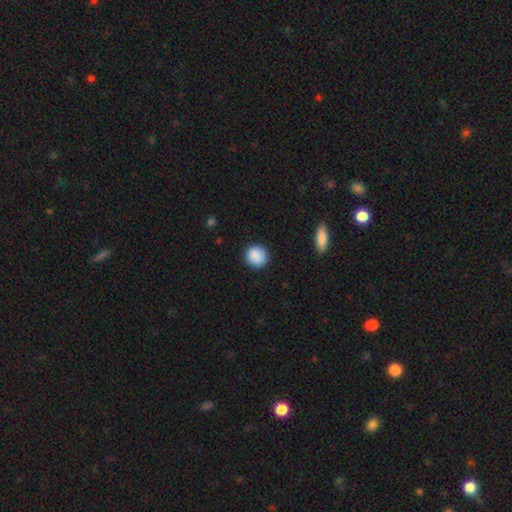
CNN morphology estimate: smooth_or_featured: smooth (p=0.89) [alt: star or artifact p=0.08]
how_rounded: round (p=0.90) [alt: in between p=0.09]
merging: none (p=0.88) [alt: minor disturbance p=0.08]